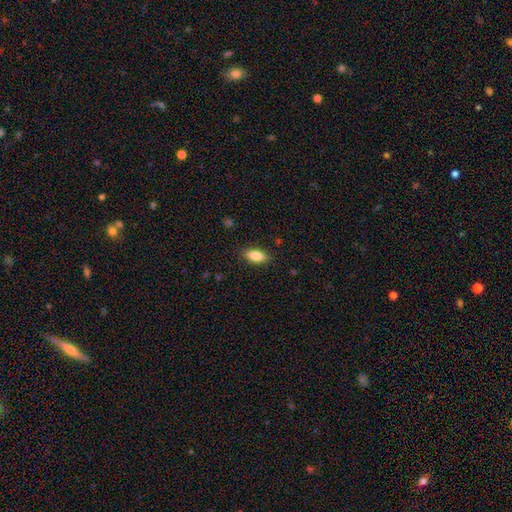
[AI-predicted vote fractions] Smooth or featured?
  - smooth: 86% *
  - featured or disk: 7%
  - star or artifact: 7%
How rounded?
  - in between: 85% *
  - cigar-shaped: 12%
  - round: 3%
Merging?
  - none: 87% *
  - minor disturbance: 10%
  - major disturbance: 2%
  - merger: 1%